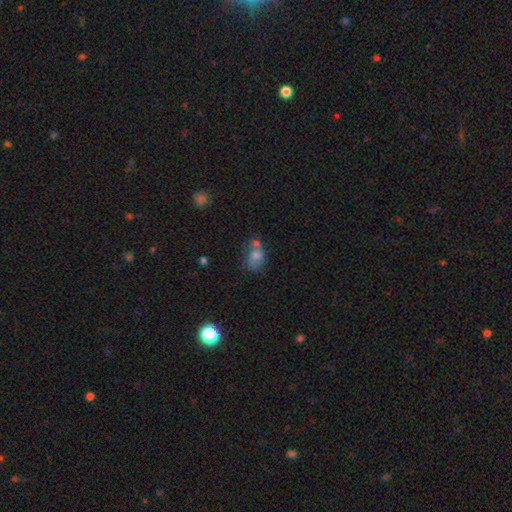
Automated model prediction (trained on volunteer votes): The model was most divided on "merging": none: 37%, merger: 33%, minor disturbance: 19%, major disturbance: 11%. More confident: smooth or featured — smooth (62%); how rounded — in between (59%).